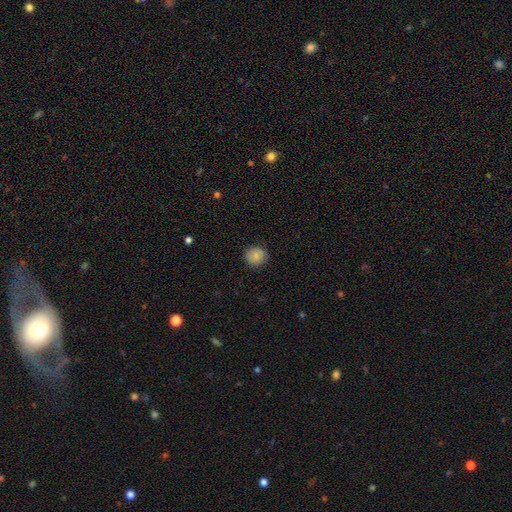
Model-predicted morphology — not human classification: This is clearly a smooth galaxy (85%). How rounded: clearly round (86%). Merging: clearly none (88%).